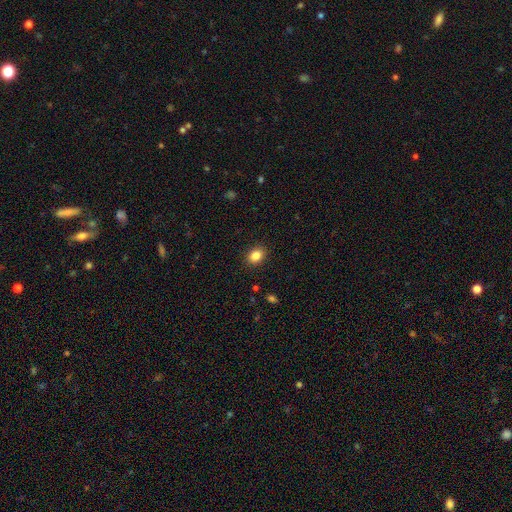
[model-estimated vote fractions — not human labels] A smooth galaxy with no disk features (86%) that is in between round and cigar-shaped (62%).

Vote fractions:
- Smooth or featured? smooth: 86% / star or artifact: 10% / featured or disk: 5%
- How rounded? in between: 62% / round: 37% / cigar-shaped: 1%
- Merging? none: 90% / minor disturbance: 7% / major disturbance: 2% / merger: 1%